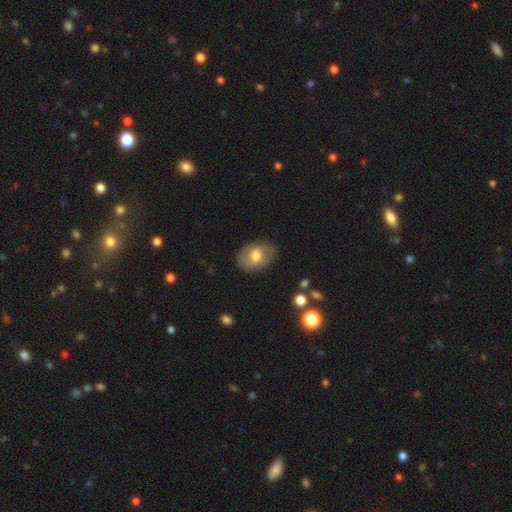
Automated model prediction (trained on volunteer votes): Overall: smooth (56%; featured or disk 37%). How rounded: in between (79%). Merging: none (80%).